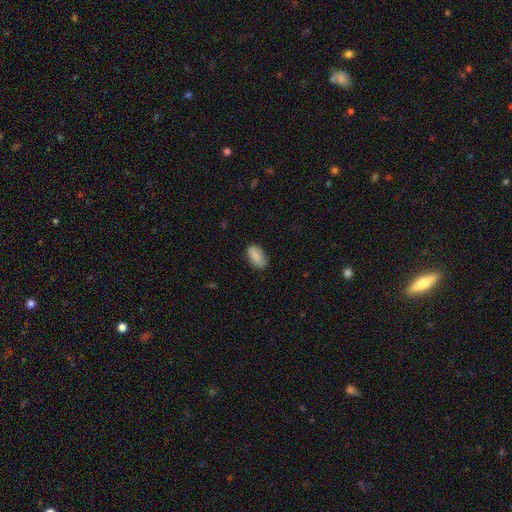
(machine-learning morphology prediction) smooth_or_featured: smooth (p=0.85) [alt: featured or disk p=0.08]
how_rounded: in between (p=0.92) [alt: round p=0.04]
merging: none (p=0.78) [alt: minor disturbance p=0.18]